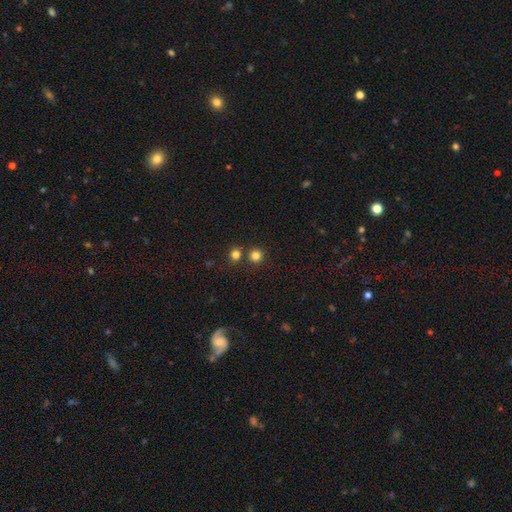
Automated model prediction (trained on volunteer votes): Smooth or featured?
  - smooth: 80% *
  - star or artifact: 16%
  - featured or disk: 5%
How rounded?
  - round: 93% *
  - in between: 6%
  - cigar-shaped: 1%
Merging?
  - none: 79% *
  - merger: 13%
  - minor disturbance: 6%
  - major disturbance: 2%